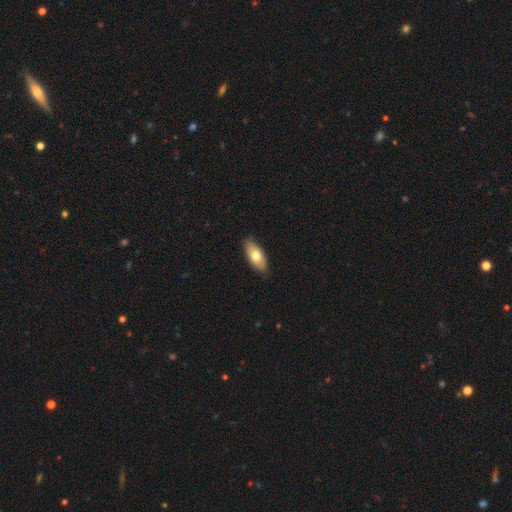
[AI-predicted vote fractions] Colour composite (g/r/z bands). It shows a smooth galaxy with no disk features (72%) that is in between round and cigar-shaped (87%). Merging: none (86%).